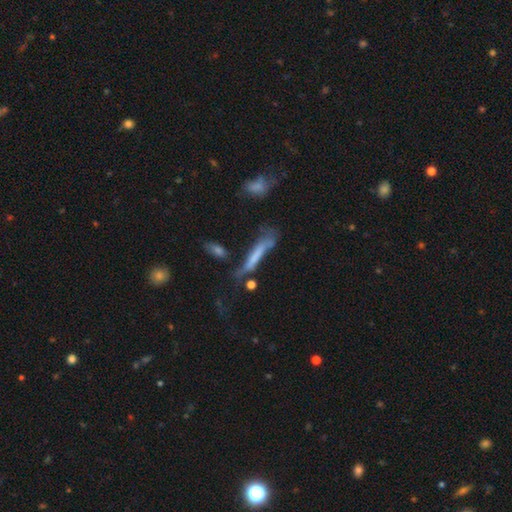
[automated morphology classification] smooth-or-featured: smooth: 52% | featured or disk: 38% | star or artifact: 11%
  how-rounded: cigar-shaped: 90% | in between: 8% | round: 2%
  merging: none: 40% | minor disturbance: 24% | major disturbance: 23% | merger: 13%